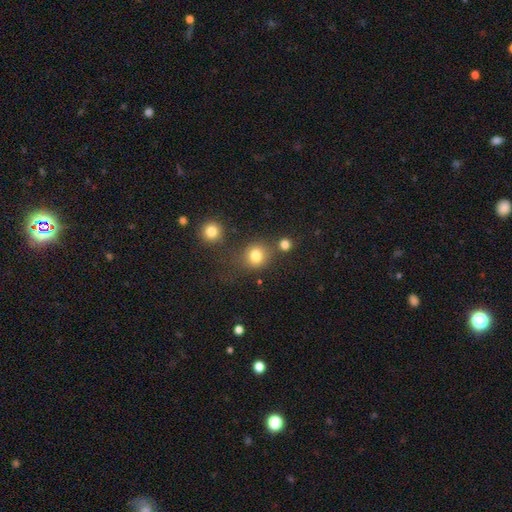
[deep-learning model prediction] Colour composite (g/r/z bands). It shows a smooth galaxy with no disk features (80%) that is round (82%). Merging: none (69%).